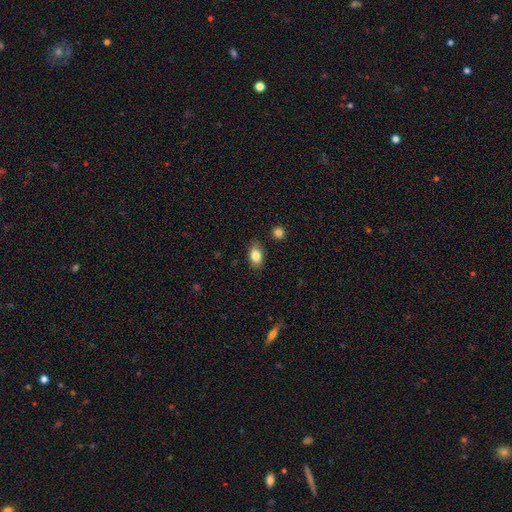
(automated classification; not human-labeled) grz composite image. It shows a smooth galaxy with no disk features (83%) that is in between round and cigar-shaped (87%). Merging: none (84%).